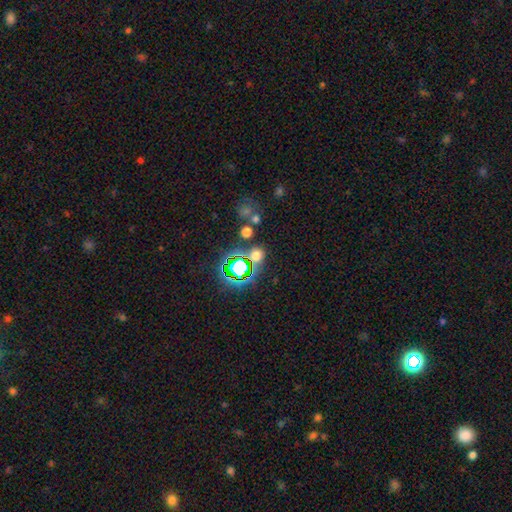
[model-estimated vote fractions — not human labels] This appears to be a smooth galaxy with no disk features (52%) that is round (79%). Merging: none (74%).